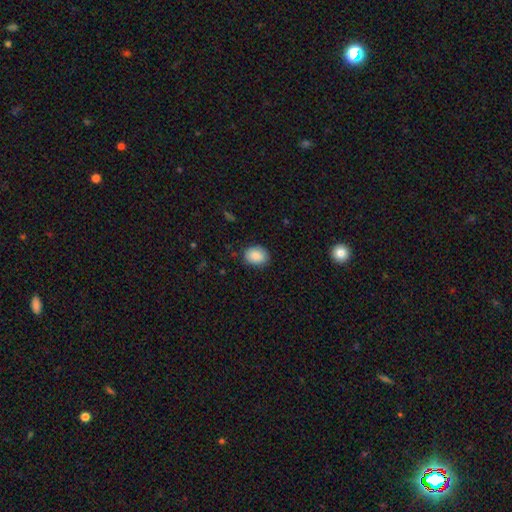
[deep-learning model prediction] Morphology: type=smooth (87%); roundness=in between (67%); merging=none (85%).